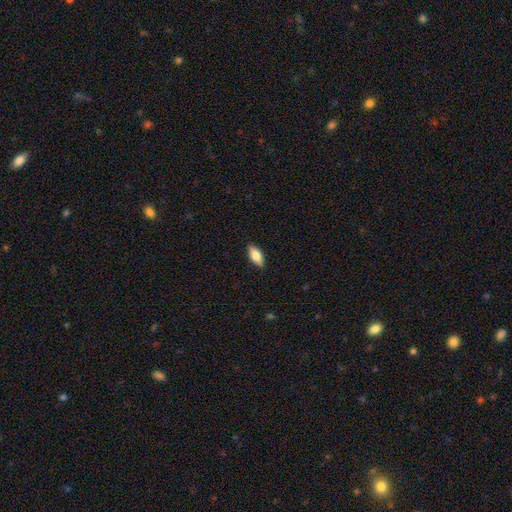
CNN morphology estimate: The model was most divided on "smooth or featured": smooth: 74%, featured or disk: 20%, star or artifact: 6%. More confident: merging — none (88%); how rounded — in between (81%).